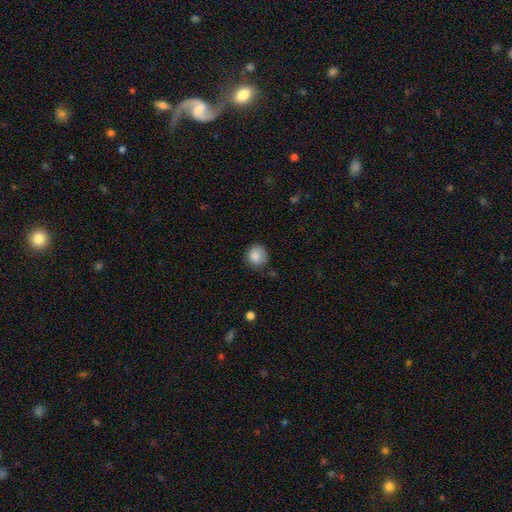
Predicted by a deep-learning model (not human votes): The model was most divided on "merging": none: 72%, minor disturbance: 22%, major disturbance: 5%, merger: 2%. More confident: smooth or featured — smooth (85%); how rounded — round (81%).